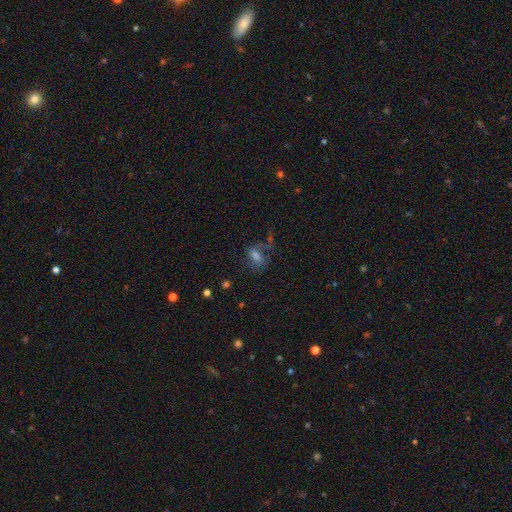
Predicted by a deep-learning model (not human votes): Morphology: type=smooth (49%); merging=none (53%).